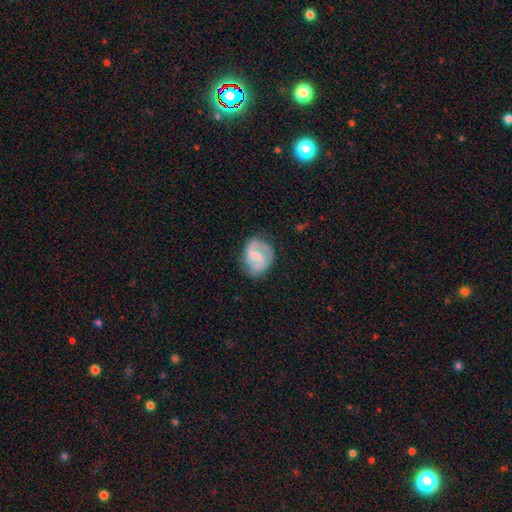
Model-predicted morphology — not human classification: smooth_or_featured: featured or disk (p=0.72) [alt: smooth p=0.22]
disk_edge_on: no (p=0.98) [alt: yes p=0.02]
bar: weak (p=0.56) [alt: no p=0.25]
has_spiral_arms: yes (p=0.89) [alt: no p=0.11]
spiral_winding: medium (p=0.48) [alt: loose p=0.27]
spiral_arm_count: 2 (p=0.83) [alt: can't tell p=0.09]
bulge_size: small (p=0.48) [alt: moderate p=0.44]
merging: none (p=0.70) [alt: minor disturbance p=0.21]